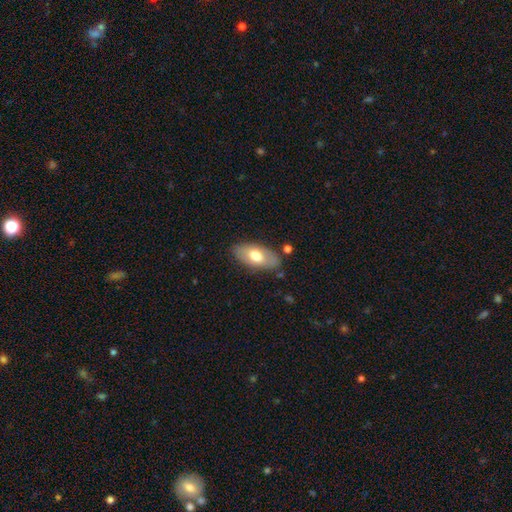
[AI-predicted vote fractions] Overall: smooth (63%; featured or disk 31%). How rounded: in between (91%). Merging: none (80%).